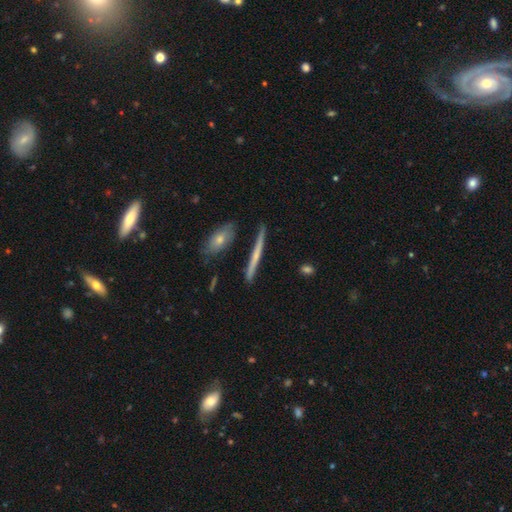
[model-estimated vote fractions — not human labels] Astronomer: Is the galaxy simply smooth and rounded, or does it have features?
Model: featured or disk — 56% (runner-up: smooth, 37%).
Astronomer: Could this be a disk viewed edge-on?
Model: yes — 96%.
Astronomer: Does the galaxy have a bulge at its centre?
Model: none — 62%.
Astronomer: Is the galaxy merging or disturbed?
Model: none — 86%.